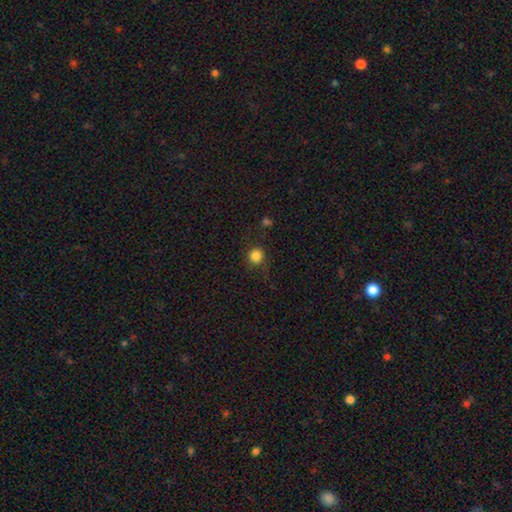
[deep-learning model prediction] The model was most divided on "smooth or featured": smooth: 83%, star or artifact: 12%, featured or disk: 5%. More confident: how rounded — round (91%); merging — none (84%).